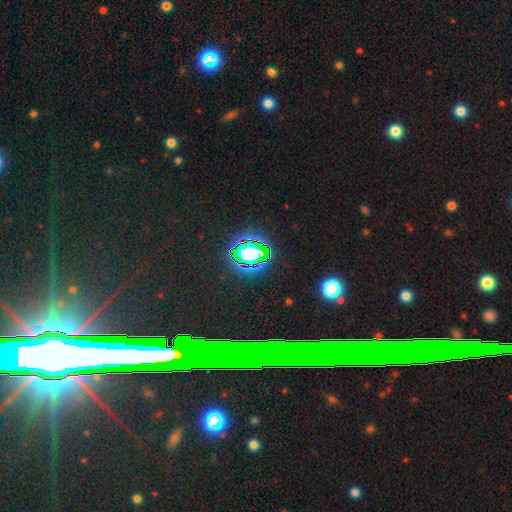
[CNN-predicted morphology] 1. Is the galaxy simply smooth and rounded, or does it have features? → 71% star or artifact, 15% smooth, 14% featured or disk.